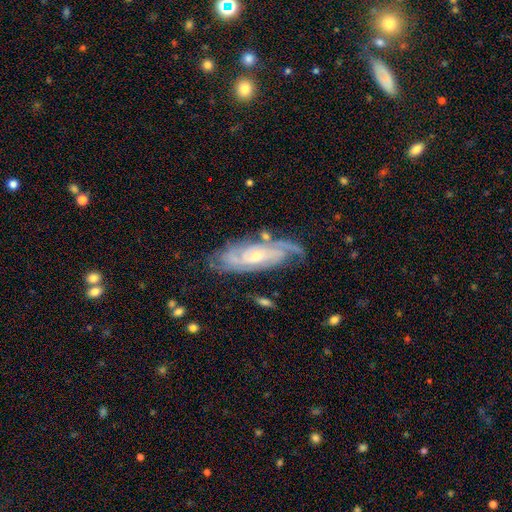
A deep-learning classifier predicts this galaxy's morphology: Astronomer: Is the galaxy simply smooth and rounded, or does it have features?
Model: featured or disk — 86%.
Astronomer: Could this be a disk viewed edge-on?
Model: no — 89%.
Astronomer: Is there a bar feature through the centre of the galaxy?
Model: no — 61%.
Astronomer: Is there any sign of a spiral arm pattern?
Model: yes — 96%.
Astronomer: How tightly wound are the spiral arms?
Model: tight — 63%.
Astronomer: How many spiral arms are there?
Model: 2 — 32% (runner-up: can't tell, 27%).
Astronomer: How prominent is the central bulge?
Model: small — 59% (runner-up: moderate, 37%).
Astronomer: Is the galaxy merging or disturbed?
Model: none — 74%.